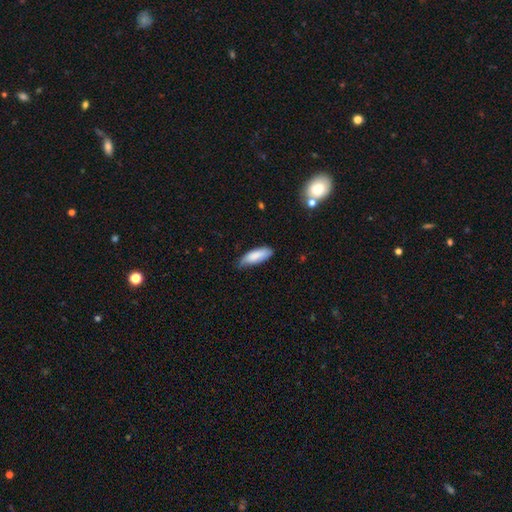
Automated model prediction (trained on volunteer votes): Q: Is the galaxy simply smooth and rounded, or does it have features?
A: smooth — 85%.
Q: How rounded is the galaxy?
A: in between — 66%.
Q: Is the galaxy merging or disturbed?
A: none — 59%.